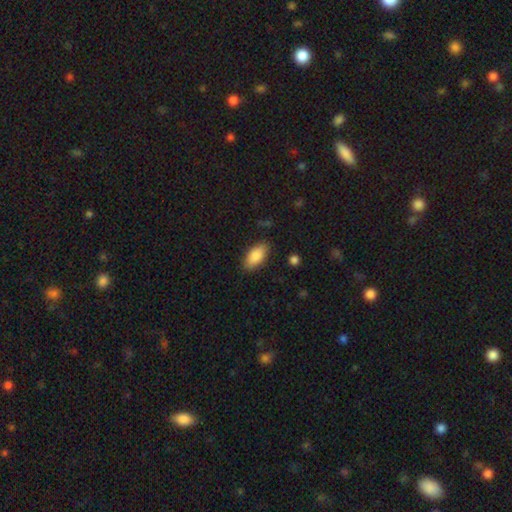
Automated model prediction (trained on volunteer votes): smooth 85%, featured or disk 8%, star or artifact 6%. Down the decision tree: how rounded — in between (89%); merging — none (85%).